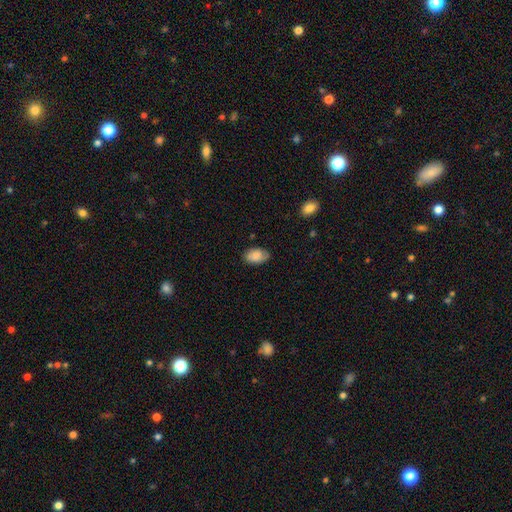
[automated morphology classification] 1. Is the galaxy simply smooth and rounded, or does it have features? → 78% smooth, 15% featured or disk, 8% star or artifact.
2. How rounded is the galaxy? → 91% in between, 8% round, 1% cigar-shaped.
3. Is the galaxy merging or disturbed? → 78% none, 18% minor disturbance, 3% major disturbance, 1% merger.